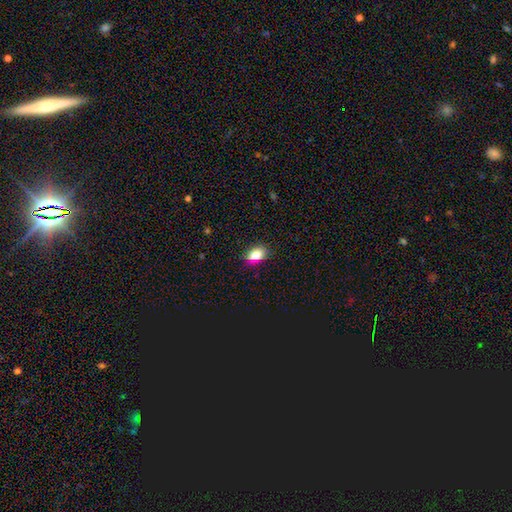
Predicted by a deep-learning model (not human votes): Q: Smooth or featured?
A: smooth (84%); runner-up: star or artifact (10%)
Q: How rounded?
A: in between (81%); runner-up: round (17%)
Q: Merging?
A: none (85%); runner-up: minor disturbance (11%)